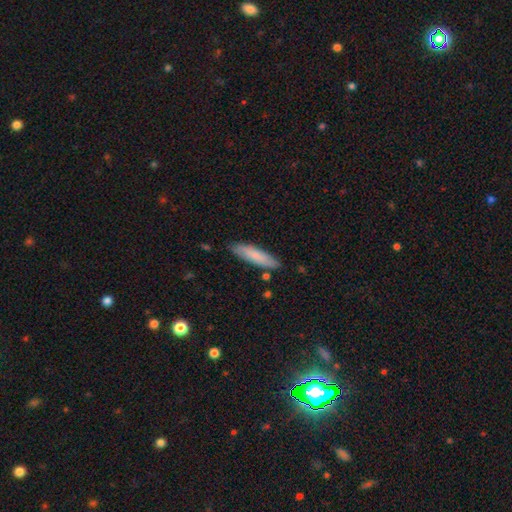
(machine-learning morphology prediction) A smooth galaxy with no disk features (80%) that is cigar-shaped (75%). Merging: none (84%).